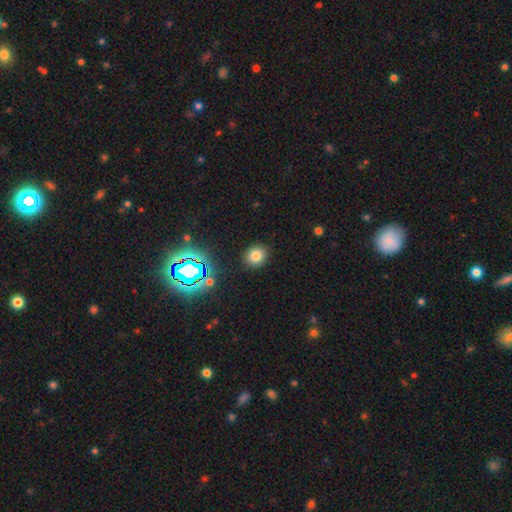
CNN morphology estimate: type=smooth (77%); roundness=round (76%); merging=none (89%).